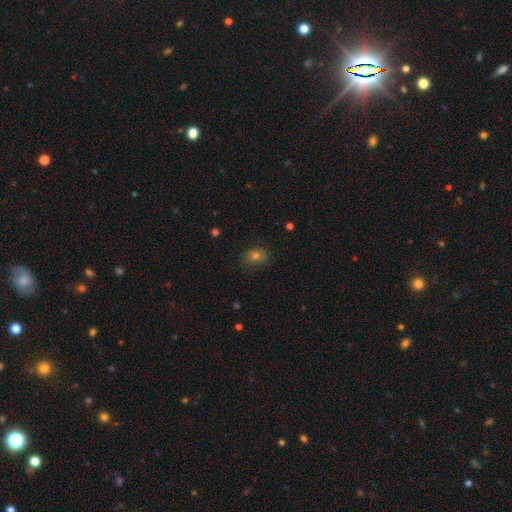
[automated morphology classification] smooth 74%, star or artifact 18%, featured or disk 8%. Down the decision tree: how rounded — round (63%); merging — none (81%).